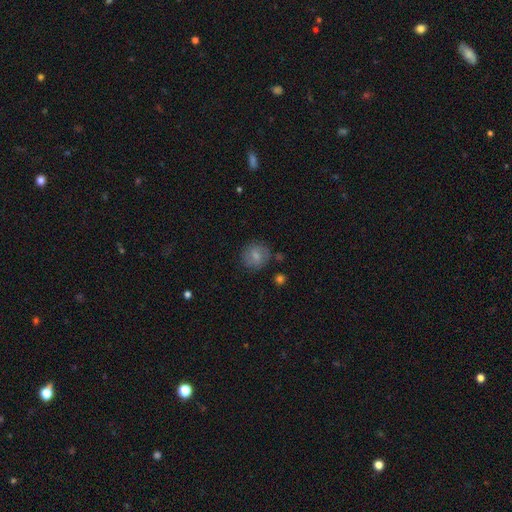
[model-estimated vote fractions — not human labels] Smooth or featured? Predicted: smooth (p=0.72). How rounded? Predicted: round (p=0.84). Merging? Predicted: none (p=0.77).